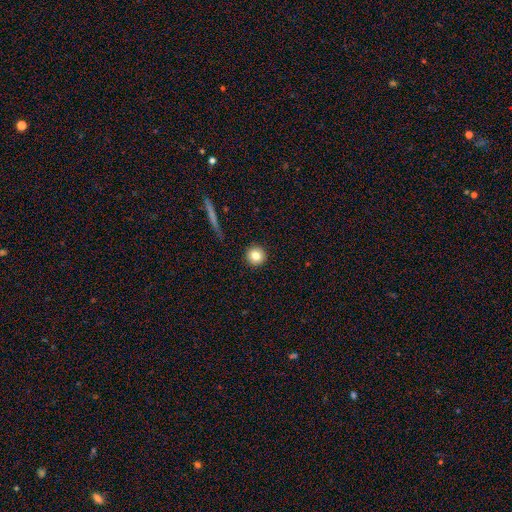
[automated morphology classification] Smooth or featured? smooth (80%)
How rounded? round (95%)
Merging? none (92%)